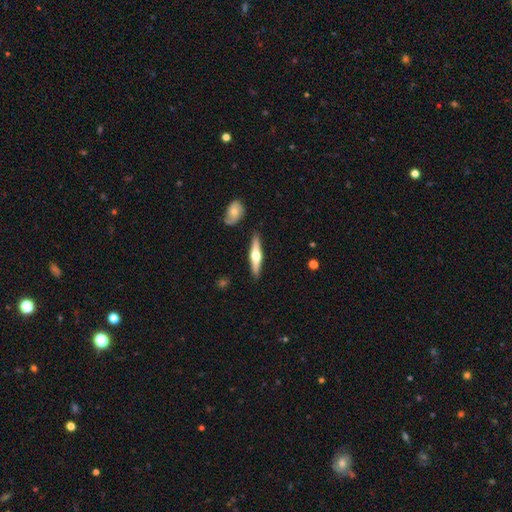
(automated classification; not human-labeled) Smooth or featured: featured or disk — 64% (smooth — 31%)
Edge-on disk: yes — 96% (no — 4%)
Edge-on bulge: rounded — 93% (boxy — 4%)
Merging: none — 88% (minor disturbance — 8%)